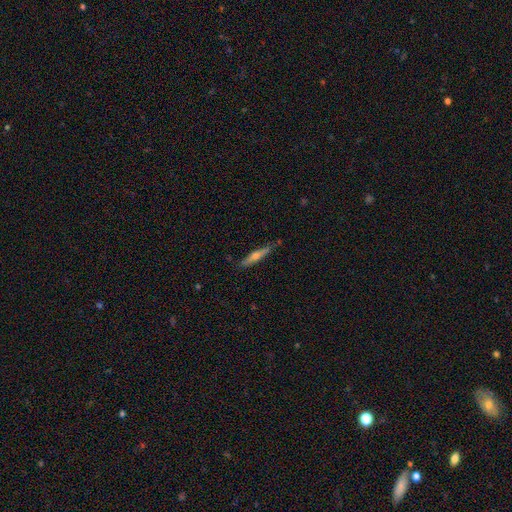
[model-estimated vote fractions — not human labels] This appears to be a featured or disk galaxy (55%) viewed edge-on (94%) with a rounded central bulge (83%). Merging: none (82%).